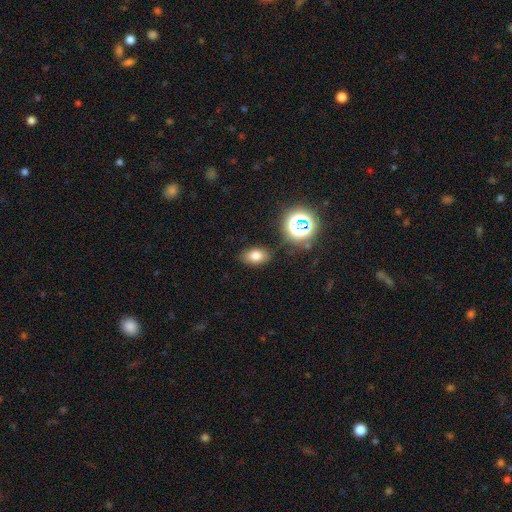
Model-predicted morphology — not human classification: Smooth or featured?
  - smooth: 73% *
  - star or artifact: 16%
  - featured or disk: 10%
How rounded?
  - in between: 83% *
  - round: 15%
  - cigar-shaped: 2%
Merging?
  - none: 84% *
  - minor disturbance: 11%
  - major disturbance: 3%
  - merger: 2%